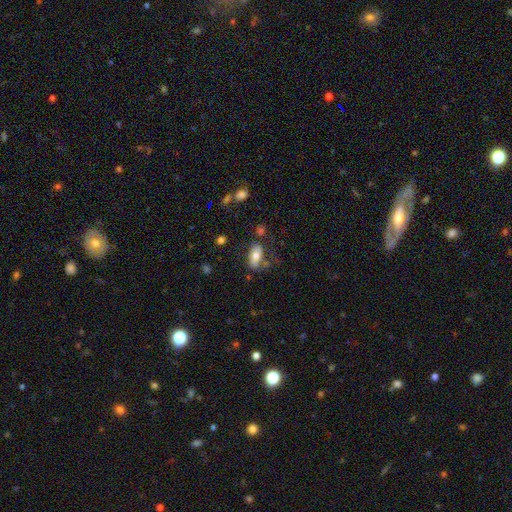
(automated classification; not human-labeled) Smooth or featured? Predicted: smooth (p=0.70). How rounded? Predicted: in between (p=0.91). Merging? Predicted: none (p=0.63).